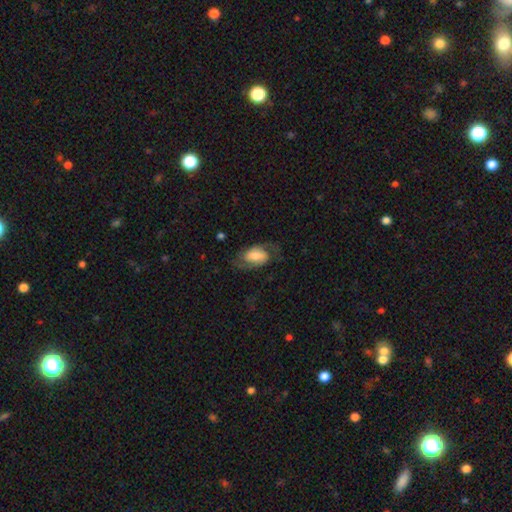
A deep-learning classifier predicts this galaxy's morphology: Overall: featured or disk (64%; smooth 29%). Edge-on disk: no (96%). Bar: weak (42%; no 41%). Spiral arms: yes (91%). Spiral arm count: 2 (87%). Spiral winding: medium (47%; loose 34%). Bulge size: moderate (36%; large 29%). Merging: none (62%).